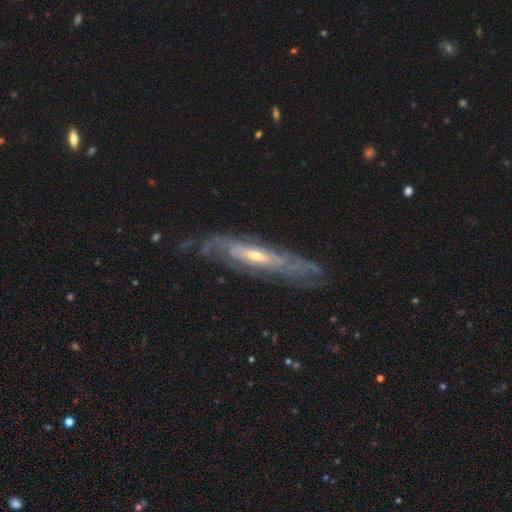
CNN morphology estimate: A featured or disk galaxy (81%).

Vote fractions:
- Smooth or featured? featured or disk: 81% / smooth: 13% / star or artifact: 7%
- Edge-on disk? no: 51% / yes: 49%
- Merging? none: 73% / minor disturbance: 18% / major disturbance: 6% / merger: 2%